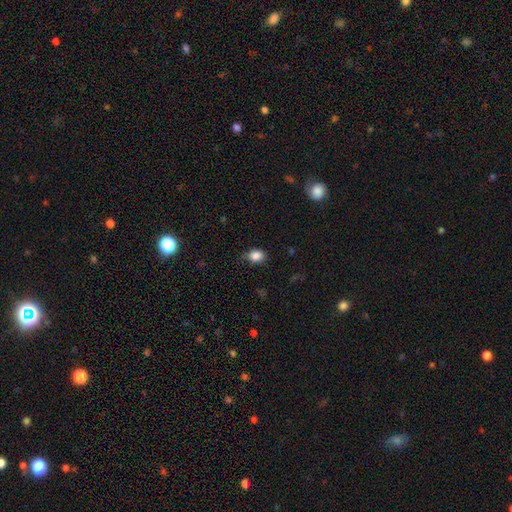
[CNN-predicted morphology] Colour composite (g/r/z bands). It shows a smooth galaxy with no disk features (86%) that is in between round and cigar-shaped (57%). Merging: none (63%).